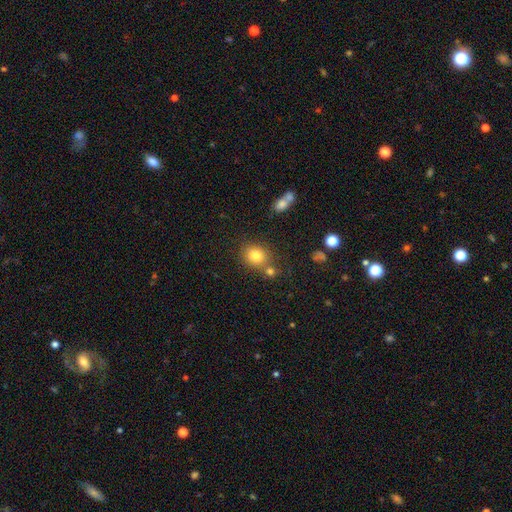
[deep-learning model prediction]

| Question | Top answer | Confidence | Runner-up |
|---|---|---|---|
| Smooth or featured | smooth | 80% | star or artifact (12%) |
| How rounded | round | 71% | in between (28%) |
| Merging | none | 67% | merger (18%) |